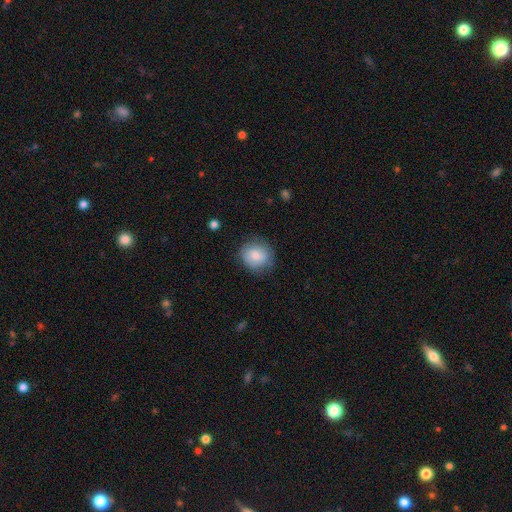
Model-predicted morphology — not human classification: Q: Smooth or featured?
A: smooth (80%); runner-up: featured or disk (13%)
Q: How rounded?
A: round (82%); runner-up: in between (17%)
Q: Merging?
A: none (79%); runner-up: minor disturbance (15%)